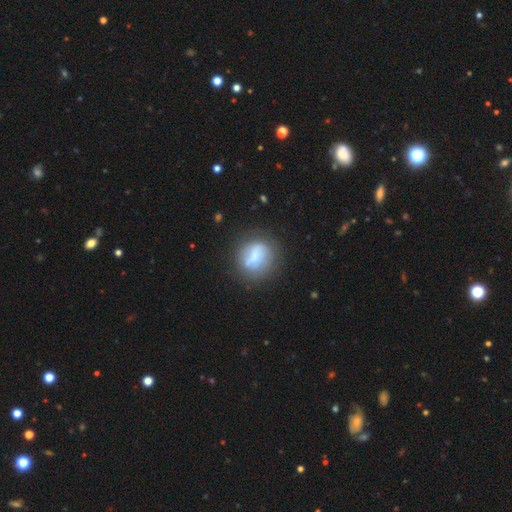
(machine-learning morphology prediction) A smooth galaxy with no disk features (48%). Merging: none (62%).